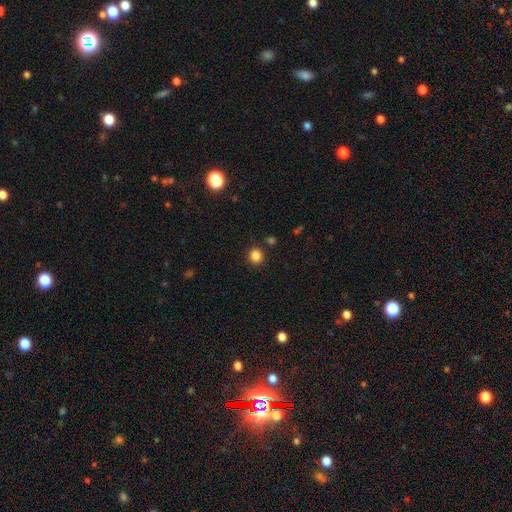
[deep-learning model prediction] Overall: smooth (84%). How rounded: round (88%). Merging: none (88%).